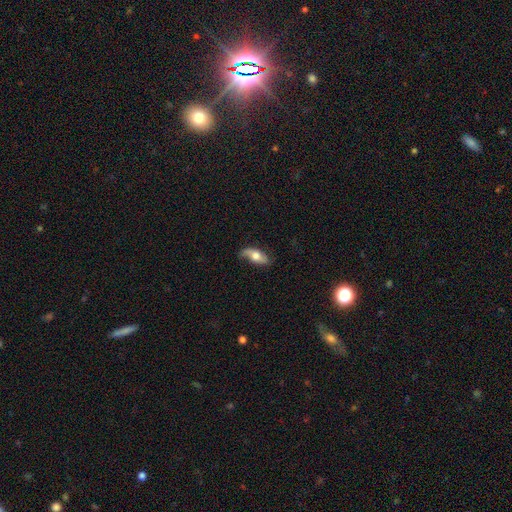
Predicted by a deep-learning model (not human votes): Morphology: type=featured or disk (47%); merging=none (63%).